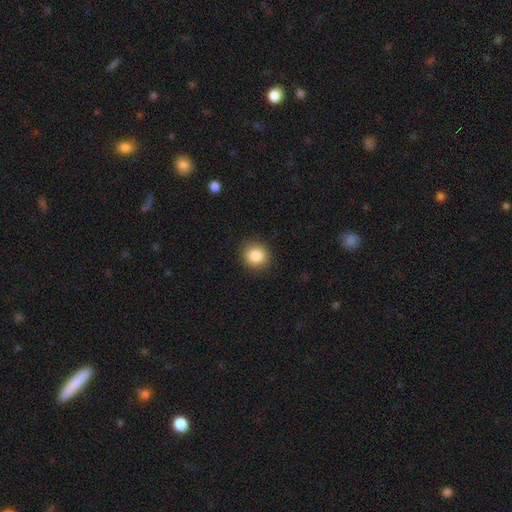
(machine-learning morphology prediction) Overall: smooth (86%). How rounded: round (87%). Merging: none (90%).